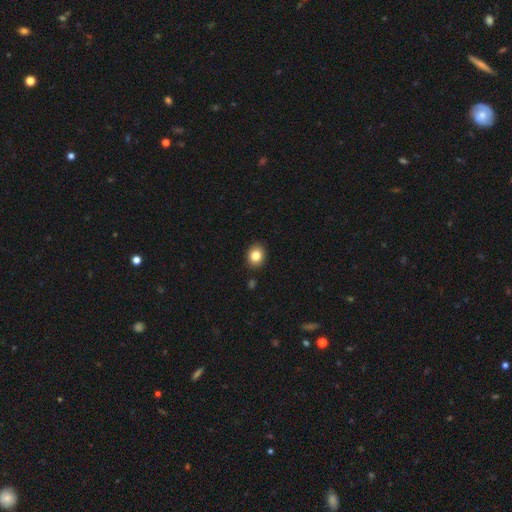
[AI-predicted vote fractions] Smooth or featured? smooth (84%)
How rounded? round (64%)
Merging? none (90%)